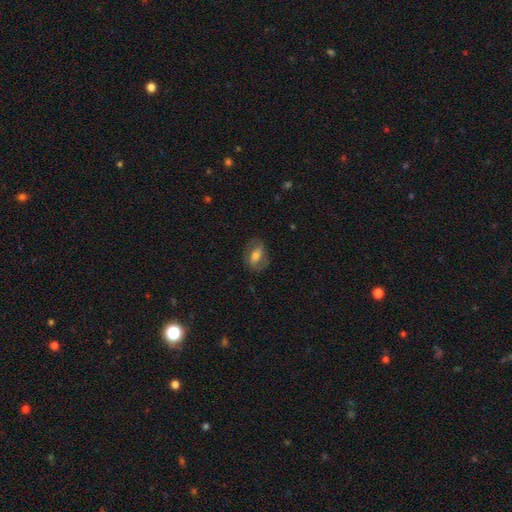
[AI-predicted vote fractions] Morphology: type=smooth (47%); merging=none (72%).